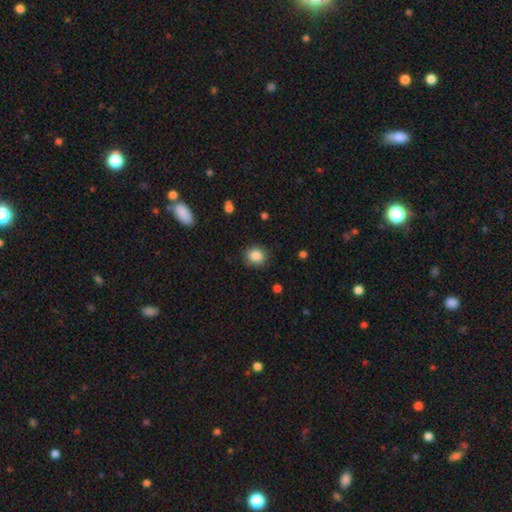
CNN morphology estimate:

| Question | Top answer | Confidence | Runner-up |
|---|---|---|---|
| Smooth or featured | smooth | 86% | star or artifact (9%) |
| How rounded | round | 78% | in between (21%) |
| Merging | none | 84% | minor disturbance (12%) |